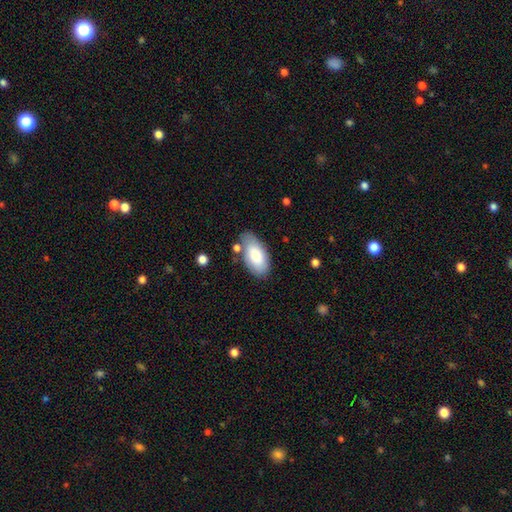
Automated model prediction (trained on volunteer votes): Smooth or featured? Predicted: smooth (p=0.81). How rounded? Predicted: in between (p=0.94). Merging? Predicted: none (p=0.70).